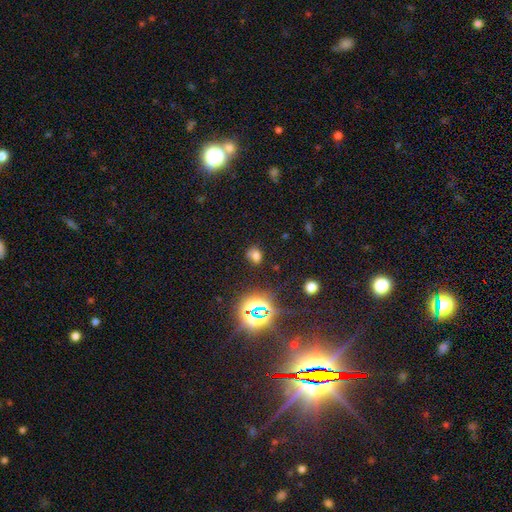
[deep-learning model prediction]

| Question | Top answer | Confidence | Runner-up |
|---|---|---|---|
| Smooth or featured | smooth | 62% | star or artifact (28%) |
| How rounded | round | 51% | in between (48%) |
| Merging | none | 65% | minor disturbance (17%) |